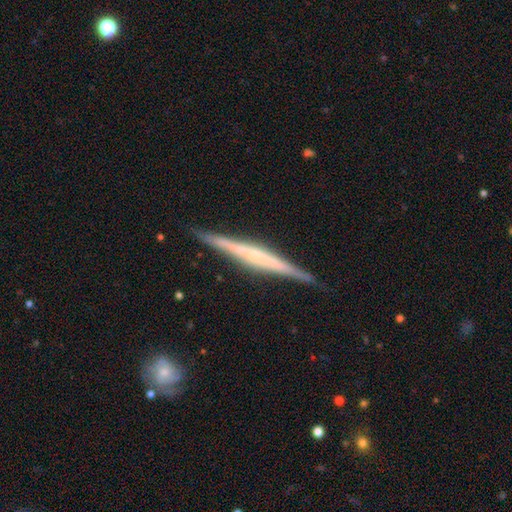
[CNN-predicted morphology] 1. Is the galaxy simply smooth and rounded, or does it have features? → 76% featured or disk, 18% smooth, 6% star or artifact.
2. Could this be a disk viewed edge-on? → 98% yes, 2% no.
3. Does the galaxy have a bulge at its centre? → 40% none, 38% rounded, 22% boxy.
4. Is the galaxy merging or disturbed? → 89% none, 8% minor disturbance, 2% major disturbance, 1% merger.